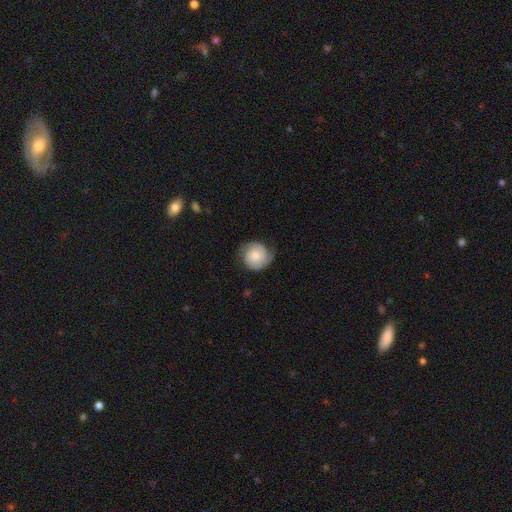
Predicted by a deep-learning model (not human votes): featured or disk 49%, smooth 44%, star or artifact 7%. Down the decision tree: merging — none (68%).